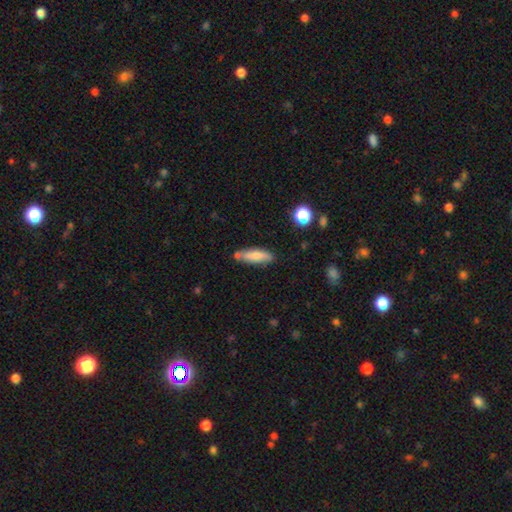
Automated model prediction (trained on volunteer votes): Morphology: type=smooth (75%); roundness=cigar-shaped (58%); merging=none (67%).